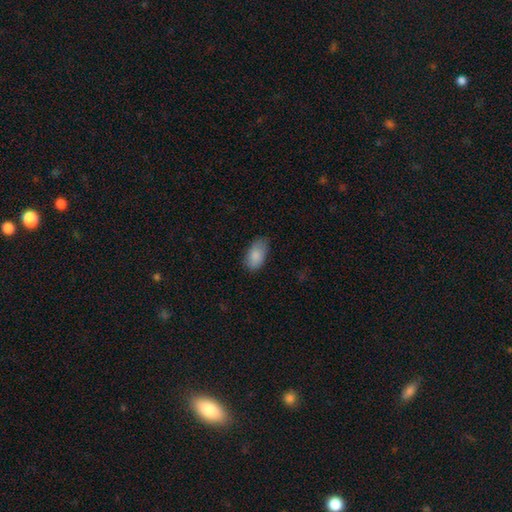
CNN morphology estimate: smooth-or-featured: smooth: 87% | featured or disk: 6% | star or artifact: 6%
  how-rounded: in between: 94% | round: 4% | cigar-shaped: 2%
  merging: none: 76% | minor disturbance: 20% | major disturbance: 4% | merger: 1%